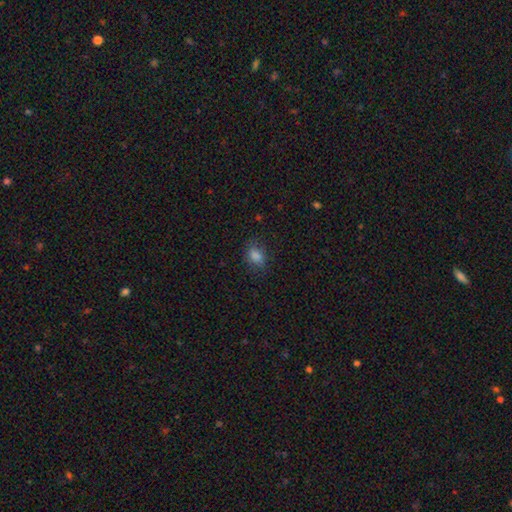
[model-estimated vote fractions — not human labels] smooth 79%, star or artifact 14%, featured or disk 7%. Down the decision tree: how rounded — in between (73%); merging — none (74%).